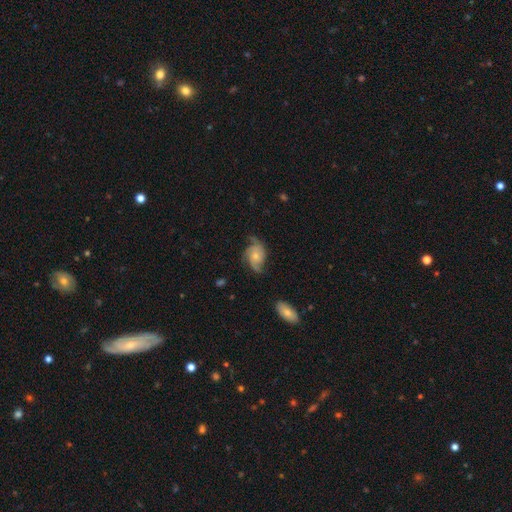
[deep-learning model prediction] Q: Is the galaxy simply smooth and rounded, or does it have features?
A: featured or disk — 72%.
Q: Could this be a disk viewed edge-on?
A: no — 97%.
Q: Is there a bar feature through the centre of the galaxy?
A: no — 76%.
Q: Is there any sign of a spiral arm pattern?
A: yes — 93%.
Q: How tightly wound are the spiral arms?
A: medium — 42%.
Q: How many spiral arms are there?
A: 2 — 56%.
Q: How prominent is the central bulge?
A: small — 55%.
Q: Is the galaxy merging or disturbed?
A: none — 57%.